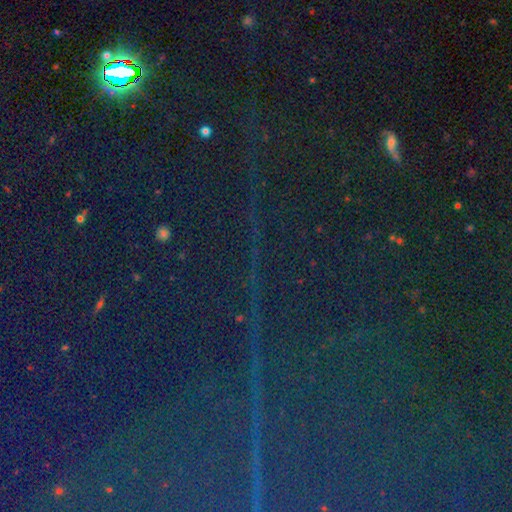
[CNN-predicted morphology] Smooth or featured?
  - star or artifact: 86% *
  - smooth: 8%
  - featured or disk: 6%